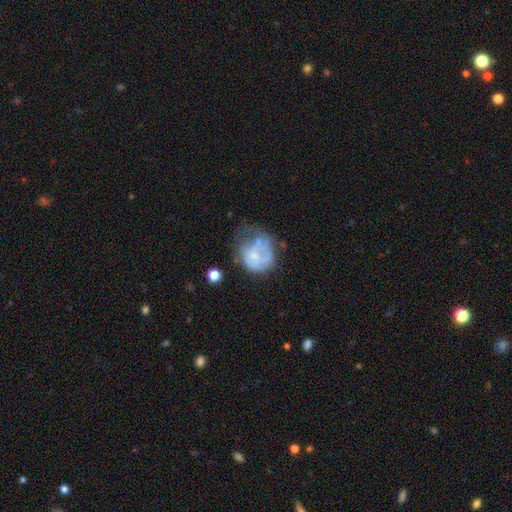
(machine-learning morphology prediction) Q: Smooth or featured?
A: featured or disk (50%); runner-up: smooth (41%)
Q: Merging?
A: major disturbance (39%); runner-up: none (28%)